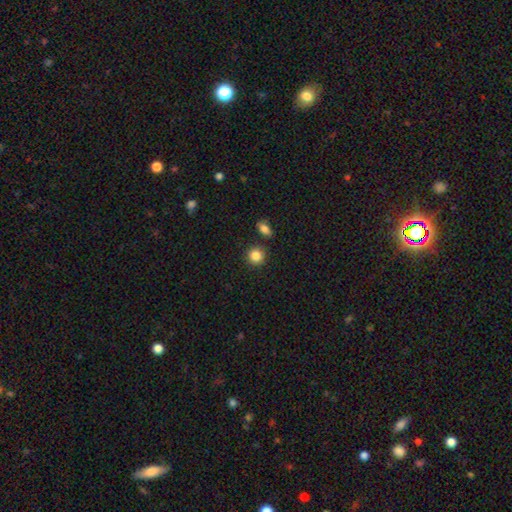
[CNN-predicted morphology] Smooth or featured: smooth — 86% (star or artifact — 10%)
How rounded: round — 89% (in between — 10%)
Merging: none — 85% (minor disturbance — 7%)